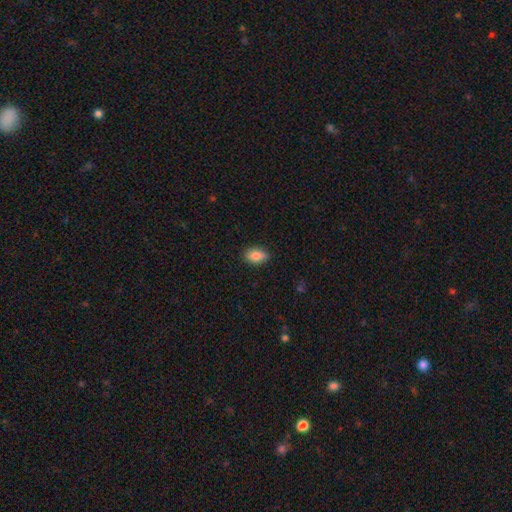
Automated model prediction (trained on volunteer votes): Smooth or featured: smooth — 85% (star or artifact — 8%)
How rounded: in between — 89% (round — 7%)
Merging: none — 86% (minor disturbance — 11%)